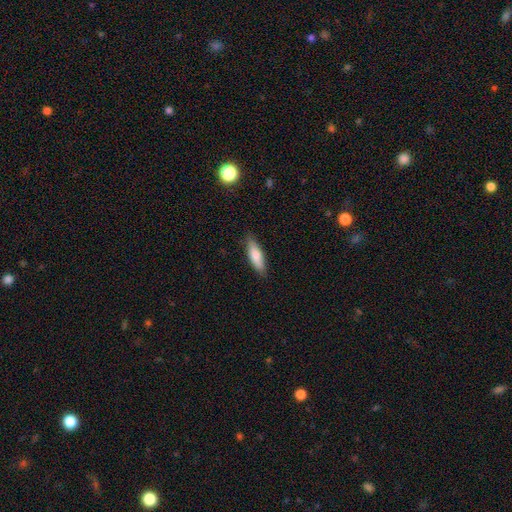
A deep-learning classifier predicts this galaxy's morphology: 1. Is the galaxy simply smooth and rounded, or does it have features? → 77% smooth, 17% featured or disk, 6% star or artifact.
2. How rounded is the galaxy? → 54% cigar-shaped, 44% in between, 2% round.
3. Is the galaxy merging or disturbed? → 85% none, 12% minor disturbance, 2% major disturbance, 1% merger.